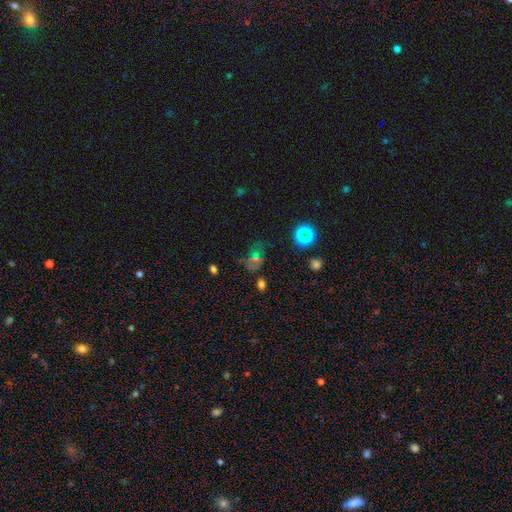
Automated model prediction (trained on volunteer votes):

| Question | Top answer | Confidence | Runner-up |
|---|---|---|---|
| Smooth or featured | star or artifact | 39% | smooth (33%) |